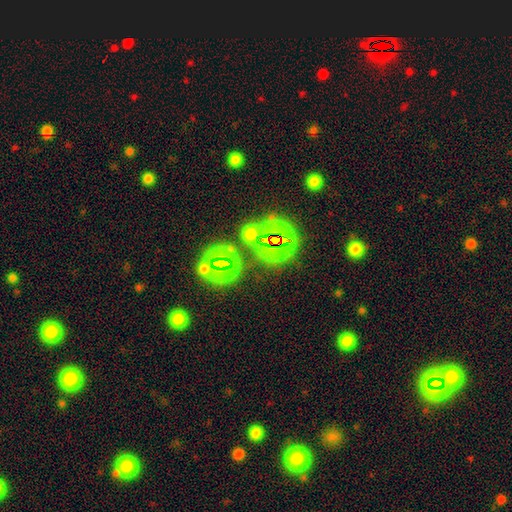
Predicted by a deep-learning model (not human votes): Overall: star or artifact (60%; smooth 25%).